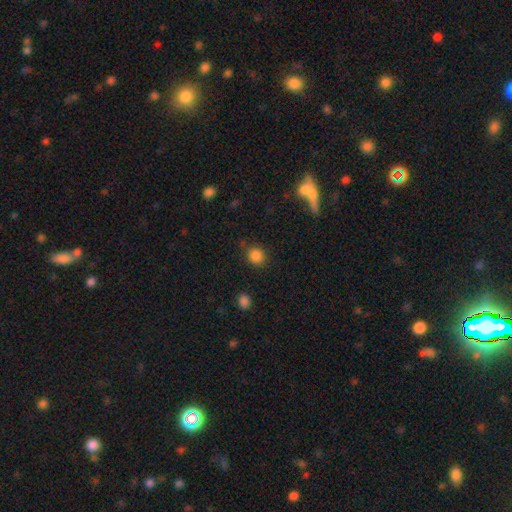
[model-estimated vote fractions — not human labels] smooth_or_featured: smooth (p=0.85) [alt: star or artifact p=0.11]
how_rounded: round (p=0.82) [alt: in between p=0.17]
merging: none (p=0.82) [alt: minor disturbance p=0.11]